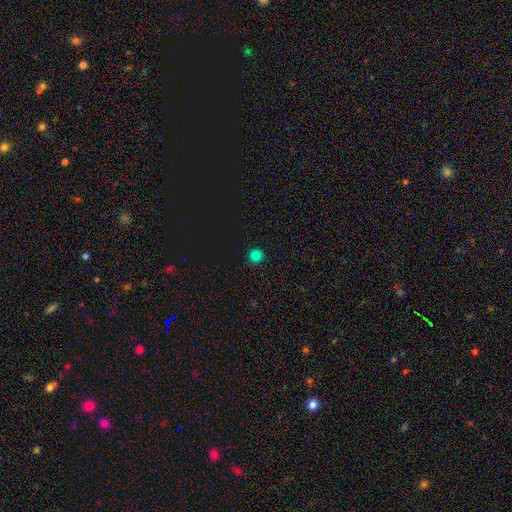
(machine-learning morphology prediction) Smooth or featured? Predicted: smooth (p=0.80). How rounded? Predicted: round (p=0.96). Merging? Predicted: none (p=0.93).